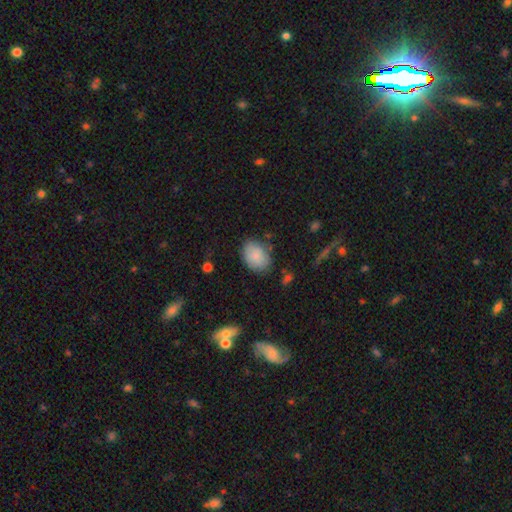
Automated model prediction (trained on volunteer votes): smooth_or_featured: smooth (p=0.86) [alt: featured or disk p=0.07]
how_rounded: in between (p=0.77) [alt: round p=0.22]
merging: none (p=0.76) [alt: minor disturbance p=0.17]